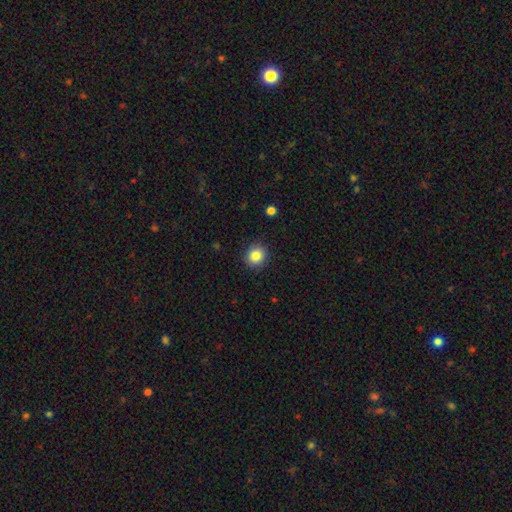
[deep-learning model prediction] Smooth or featured?
  - smooth: 84% *
  - star or artifact: 10%
  - featured or disk: 6%
How rounded?
  - round: 87% *
  - in between: 12%
  - cigar-shaped: 1%
Merging?
  - none: 90% *
  - minor disturbance: 7%
  - major disturbance: 2%
  - merger: 1%